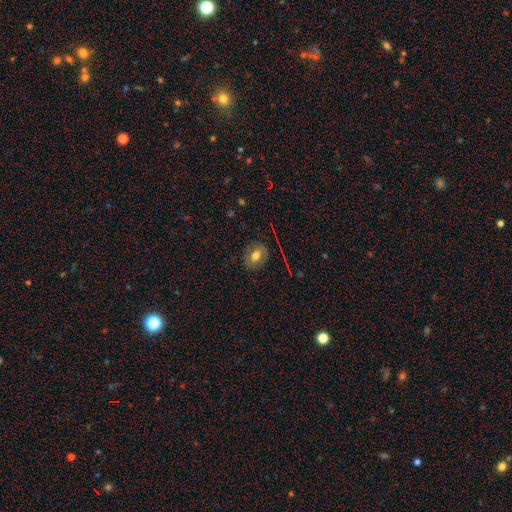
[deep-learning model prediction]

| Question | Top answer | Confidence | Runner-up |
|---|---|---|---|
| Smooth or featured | smooth | 64% | featured or disk (24%) |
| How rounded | in between | 60% | round (38%) |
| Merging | none | 82% | minor disturbance (13%) |